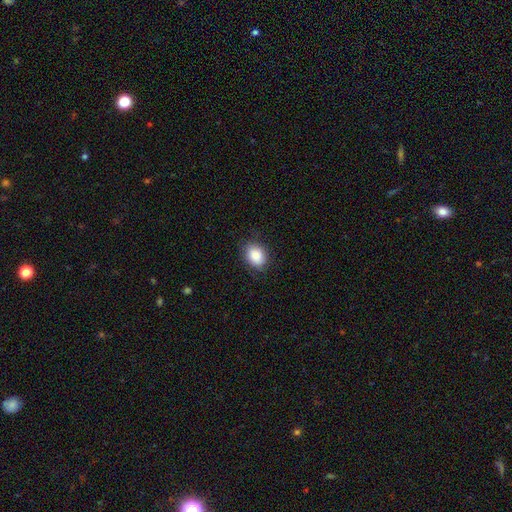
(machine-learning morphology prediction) Overall: smooth (88%). How rounded: in between (64%; round 35%). Merging: none (83%).